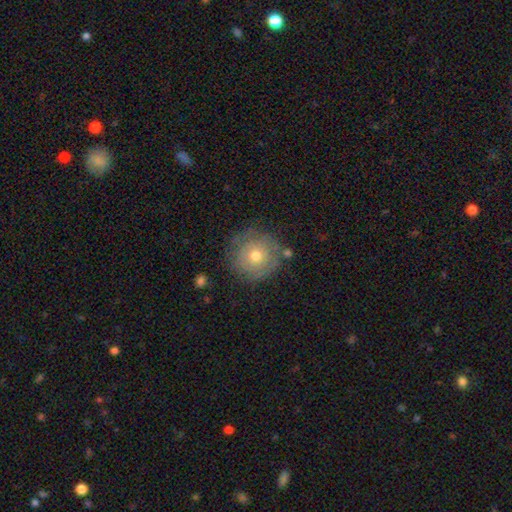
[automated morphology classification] type=smooth (57%); roundness=round (94%); merging=none (77%).